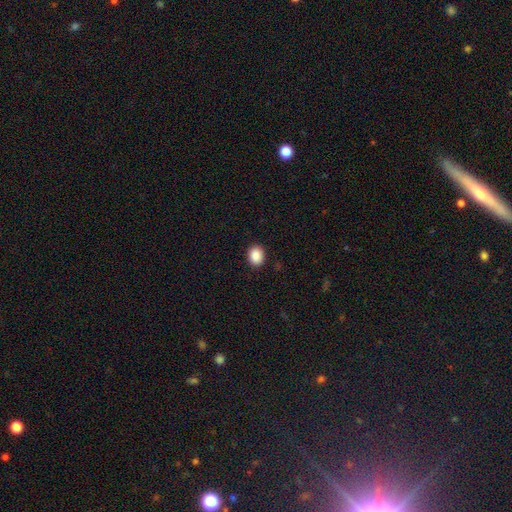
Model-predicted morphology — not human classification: Smooth or featured?
  - smooth: 90% *
  - star or artifact: 8%
  - featured or disk: 2%
How rounded?
  - in between: 50% *
  - round: 49%
  - cigar-shaped: 1%
Merging?
  - none: 91% *
  - minor disturbance: 6%
  - major disturbance: 2%
  - merger: 1%